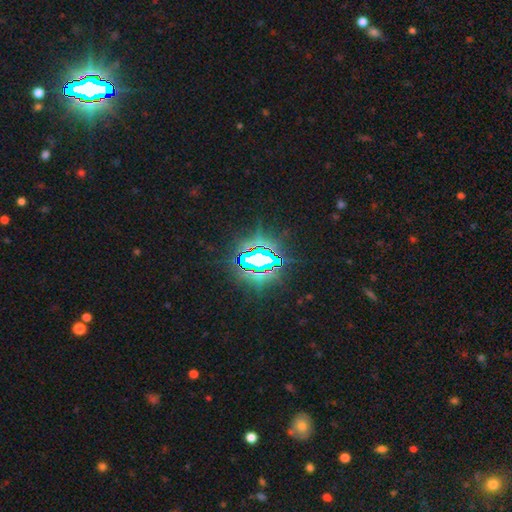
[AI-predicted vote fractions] smooth_or_featured: star or artifact (p=0.82) [alt: smooth p=0.10]